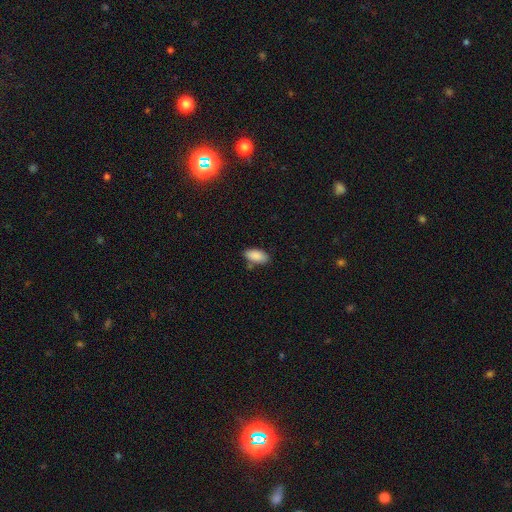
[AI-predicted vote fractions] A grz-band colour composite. It shows a smooth galaxy with no disk features (88%) that is in between round and cigar-shaped (93%). Merging: none (76%).